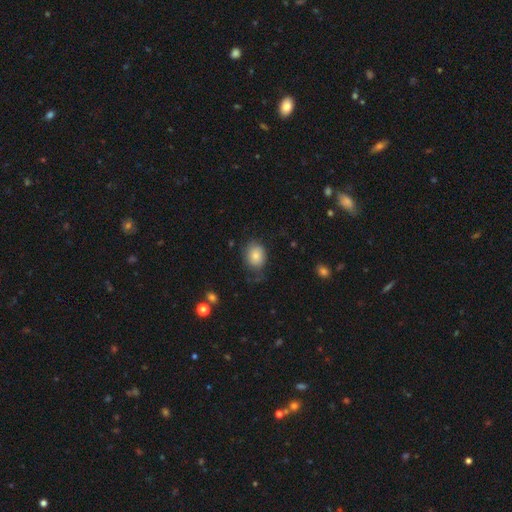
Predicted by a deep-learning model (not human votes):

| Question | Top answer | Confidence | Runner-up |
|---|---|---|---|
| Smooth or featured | smooth | 81% | featured or disk (11%) |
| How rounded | round | 55% | in between (44%) |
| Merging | none | 64% | minor disturbance (25%) |